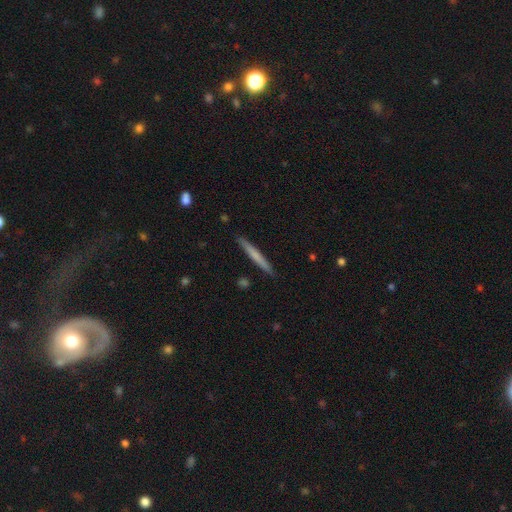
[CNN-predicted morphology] Q: Smooth or featured?
A: smooth (62%); runner-up: featured or disk (32%)
Q: How rounded?
A: cigar-shaped (97%); runner-up: in between (2%)
Q: Merging?
A: none (91%); runner-up: minor disturbance (6%)